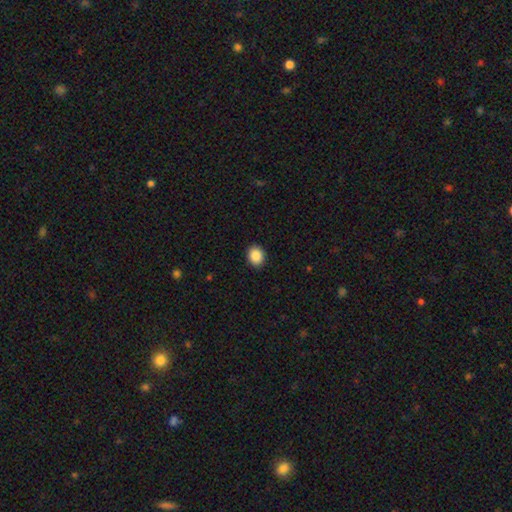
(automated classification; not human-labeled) A smooth galaxy with no disk features (88%) that is round (58%).

Vote fractions:
- Smooth or featured? smooth: 88% / star or artifact: 8% / featured or disk: 3%
- How rounded? round: 58% / in between: 41% / cigar-shaped: 1%
- Merging? none: 91% / minor disturbance: 6% / major disturbance: 2% / merger: 1%